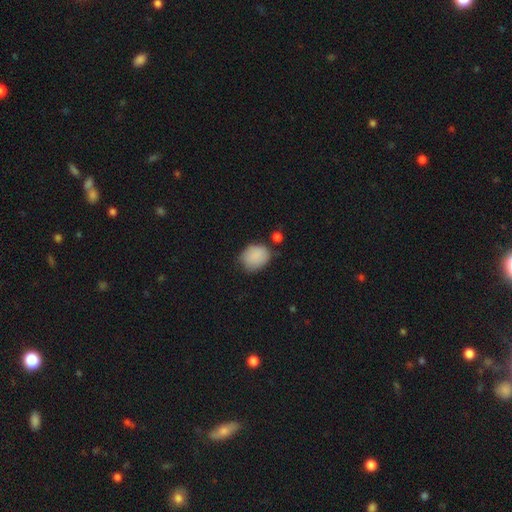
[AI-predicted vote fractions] Smooth or featured: smooth — 87% (star or artifact — 8%)
How rounded: round — 50% (in between — 49%)
Merging: none — 61% (minor disturbance — 27%)